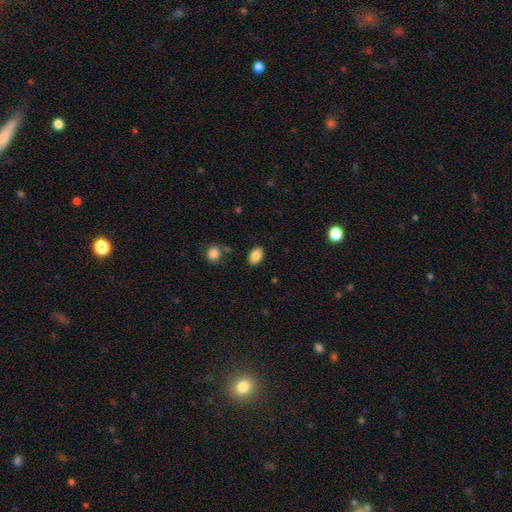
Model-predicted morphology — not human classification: smooth_or_featured: smooth (p=0.87) [alt: star or artifact p=0.08]
how_rounded: in between (p=0.86) [alt: round p=0.13]
merging: none (p=0.85) [alt: minor disturbance p=0.10]